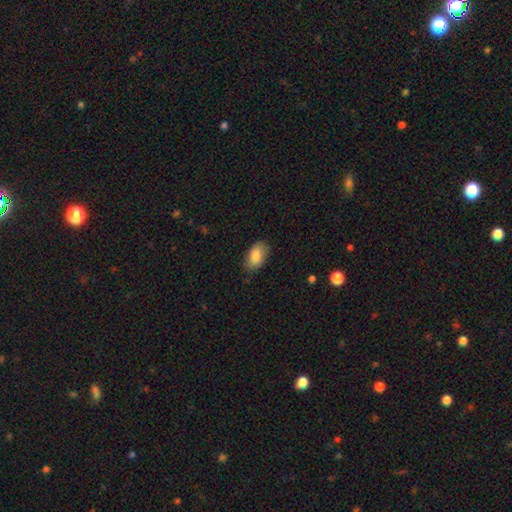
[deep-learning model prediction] smooth-or-featured: smooth: 85% | featured or disk: 9% | star or artifact: 7%
  how-rounded: in between: 93% | round: 5% | cigar-shaped: 2%
  merging: none: 80% | minor disturbance: 16% | major disturbance: 3% | merger: 1%